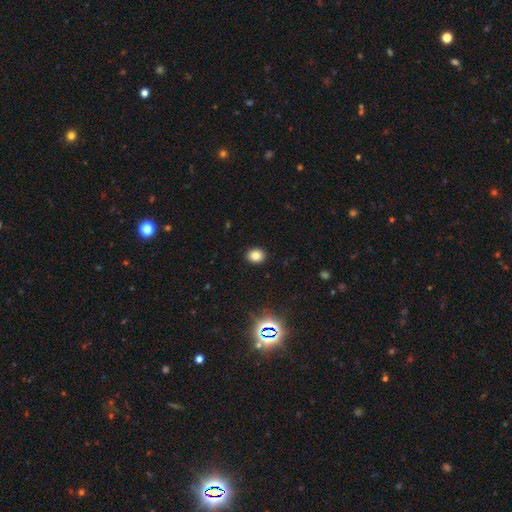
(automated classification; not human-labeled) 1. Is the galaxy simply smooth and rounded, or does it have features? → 83% smooth, 13% star or artifact, 4% featured or disk.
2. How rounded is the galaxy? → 58% round, 41% in between, 1% cigar-shaped.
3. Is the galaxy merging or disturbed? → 91% none, 6% minor disturbance, 2% major disturbance, 1% merger.